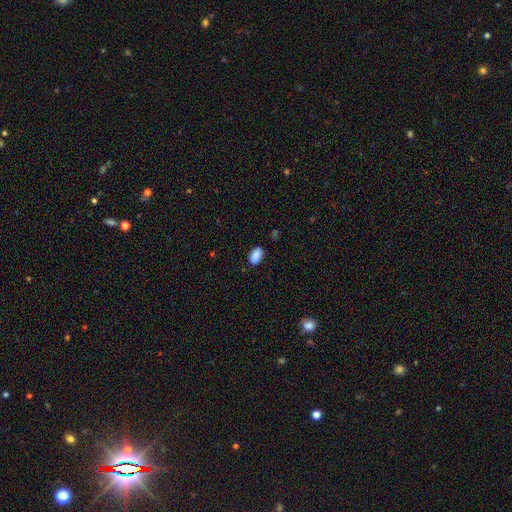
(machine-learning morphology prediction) A smooth galaxy with no disk features (88%) that is in between round and cigar-shaped (92%).

Vote fractions:
- Smooth or featured? smooth: 88% / star or artifact: 8% / featured or disk: 4%
- How rounded? in between: 92% / round: 6% / cigar-shaped: 2%
- Merging? none: 84% / minor disturbance: 12% / major disturbance: 2% / merger: 1%